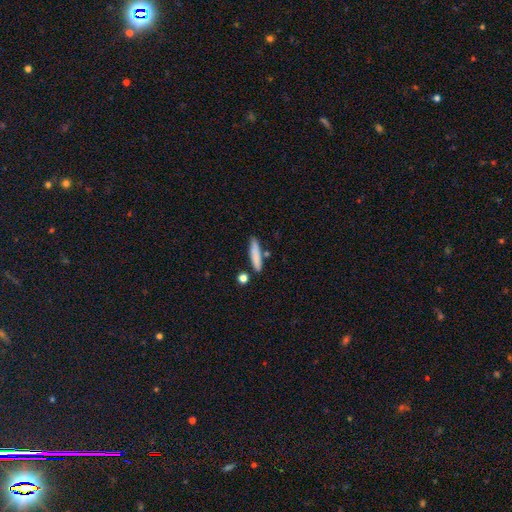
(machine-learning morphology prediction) This appears to be a smooth galaxy with no disk features (82%) that is cigar-shaped (84%). Merging: none (79%).